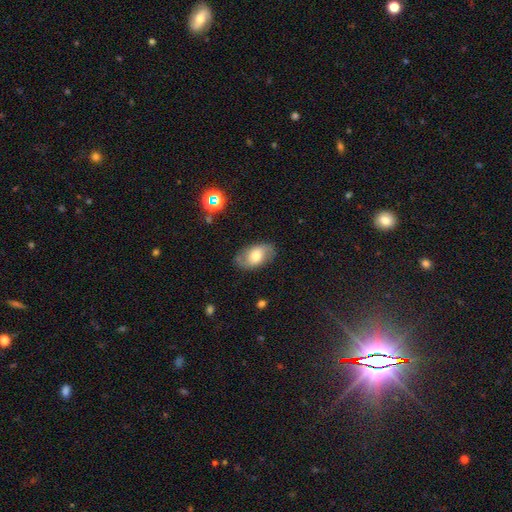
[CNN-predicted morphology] This appears to be a smooth galaxy with no disk features (46%). Merging: none (79%).